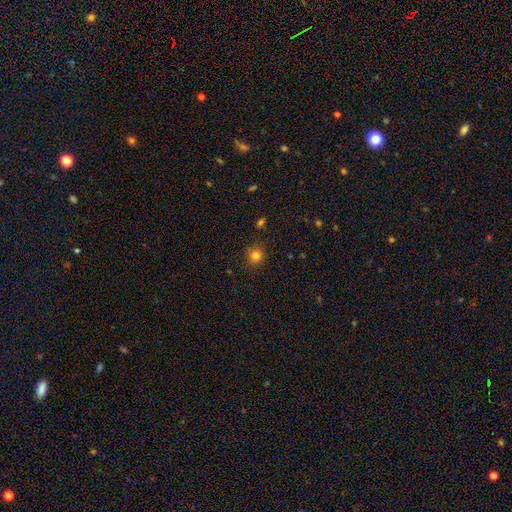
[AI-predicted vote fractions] smooth-or-featured: smooth: 81% | star or artifact: 14% | featured or disk: 5%
  how-rounded: round: 90% | in between: 9% | cigar-shaped: 1%
  merging: none: 86% | minor disturbance: 10% | major disturbance: 3% | merger: 2%